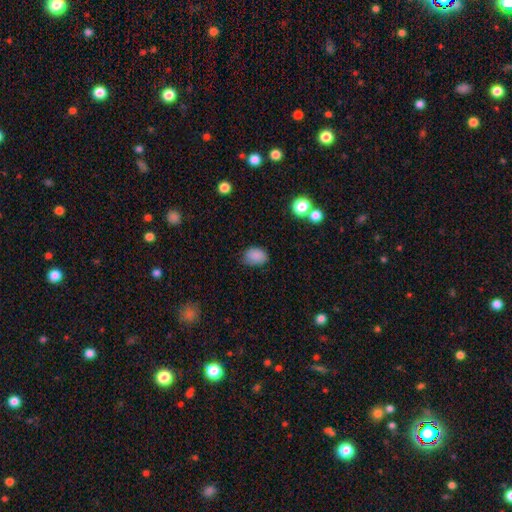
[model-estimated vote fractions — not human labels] smooth-or-featured: smooth: 86% | star or artifact: 10% | featured or disk: 4%
  how-rounded: in between: 75% | round: 24% | cigar-shaped: 1%
  merging: none: 71% | minor disturbance: 23% | major disturbance: 4% | merger: 2%